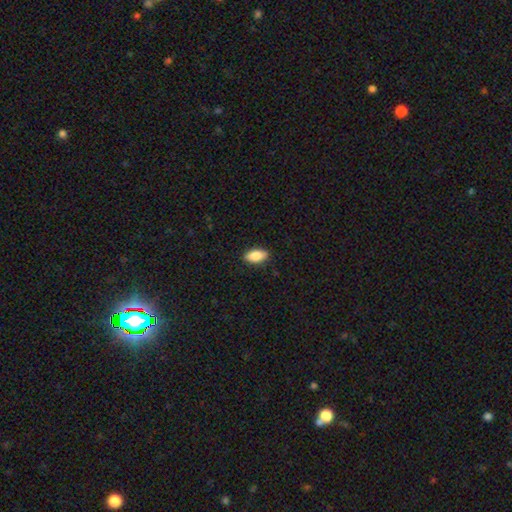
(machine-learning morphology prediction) Smooth or featured?
  - smooth: 83% *
  - featured or disk: 10%
  - star or artifact: 7%
How rounded?
  - in between: 88% *
  - cigar-shaped: 9%
  - round: 3%
Merging?
  - none: 89% *
  - minor disturbance: 8%
  - major disturbance: 2%
  - merger: 1%